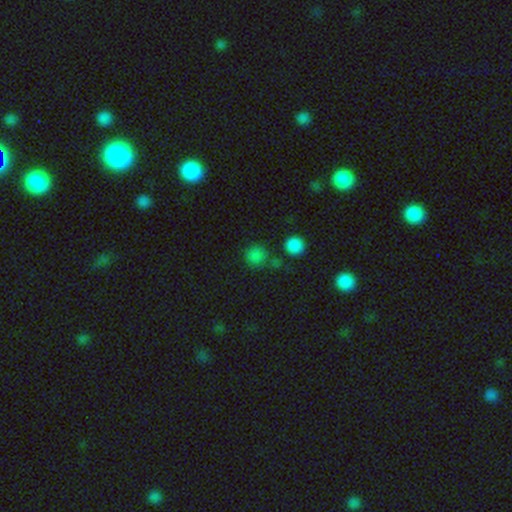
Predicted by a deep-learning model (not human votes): This is likely a smooth galaxy (77%). How rounded: clearly round (92%). Merging: likely none (74%).